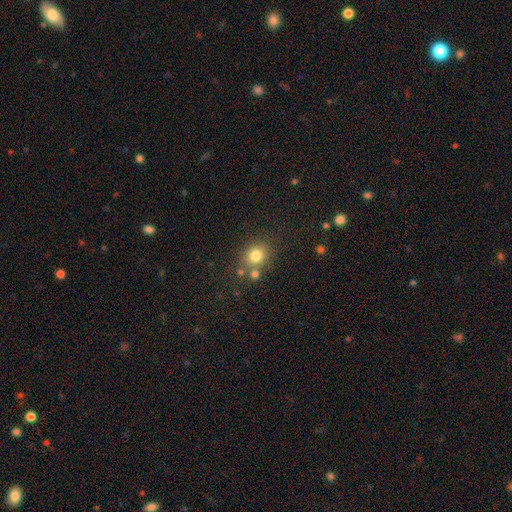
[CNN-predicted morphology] Smooth or featured? smooth (77%)
How rounded? round (76%)
Merging? none (68%)